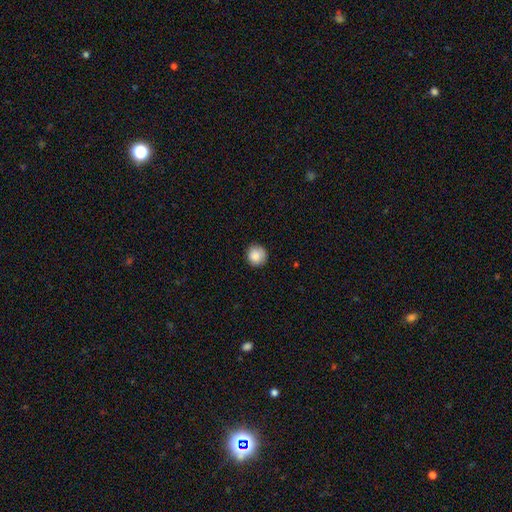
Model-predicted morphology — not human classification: This appears to be a smooth galaxy with no disk features (87%) that is round (93%). Merging: none (87%).